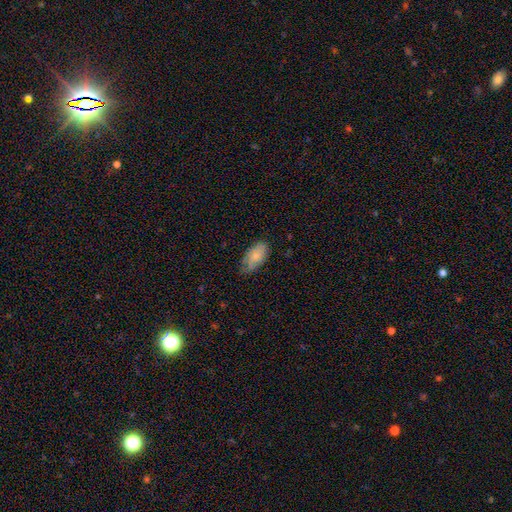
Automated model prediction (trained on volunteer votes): Smooth or featured?
  - smooth: 75% *
  - featured or disk: 19%
  - star or artifact: 6%
How rounded?
  - in between: 93% *
  - cigar-shaped: 4%
  - round: 3%
Merging?
  - none: 60% *
  - minor disturbance: 32%
  - major disturbance: 6%
  - merger: 1%